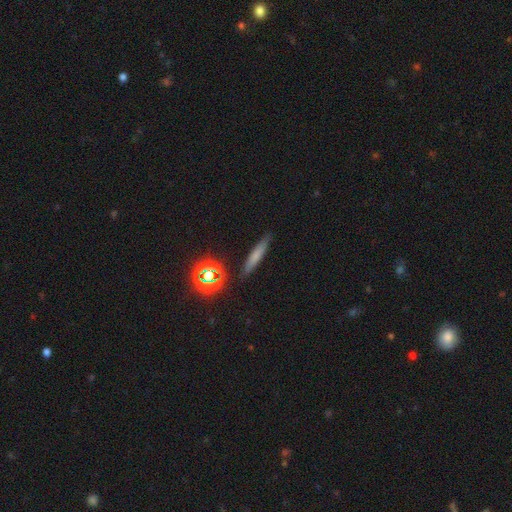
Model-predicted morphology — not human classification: type=smooth (66%); roundness=cigar-shaped (89%); merging=none (87%).